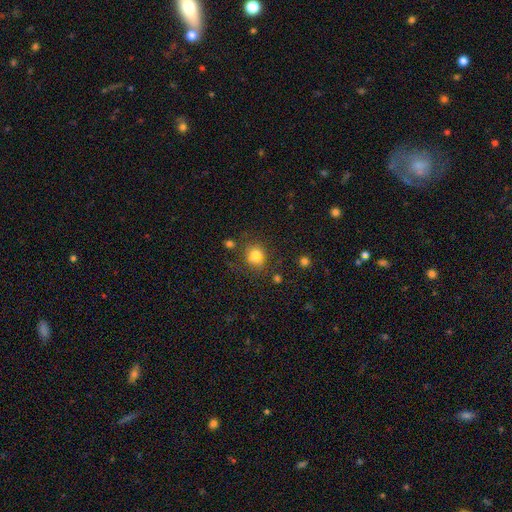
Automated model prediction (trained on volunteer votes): The model was most divided on "merging": none: 67%, minor disturbance: 18%, merger: 9%, major disturbance: 6%. More confident: smooth or featured — smooth (77%); how rounded — round (77%).